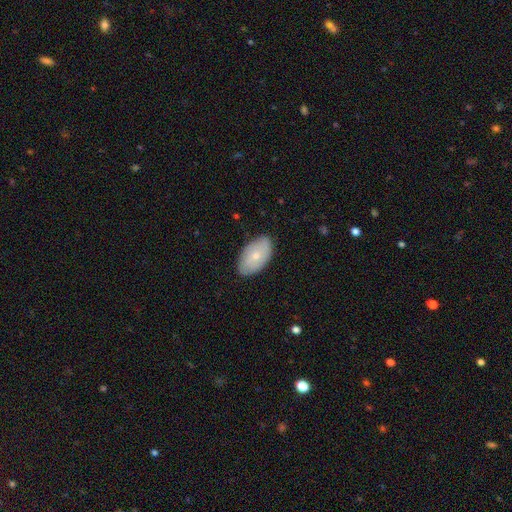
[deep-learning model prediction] Smooth or featured? Predicted: smooth (p=0.65). How rounded? Predicted: in between (p=0.94). Merging? Predicted: none (p=0.83).